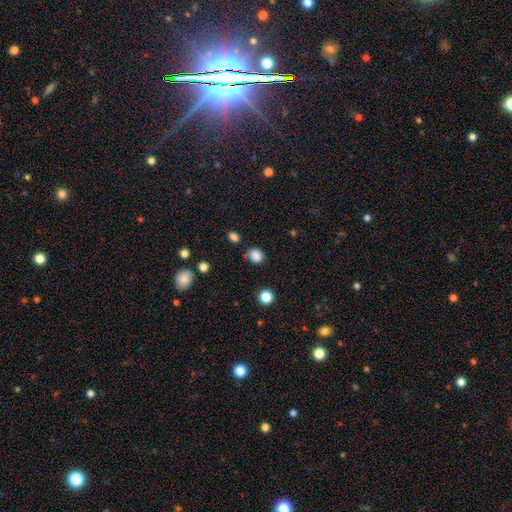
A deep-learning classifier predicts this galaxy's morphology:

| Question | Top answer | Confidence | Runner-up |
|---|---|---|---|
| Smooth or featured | smooth | 84% | star or artifact (12%) |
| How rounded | round | 61% | in between (38%) |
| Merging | none | 74% | minor disturbance (17%) |